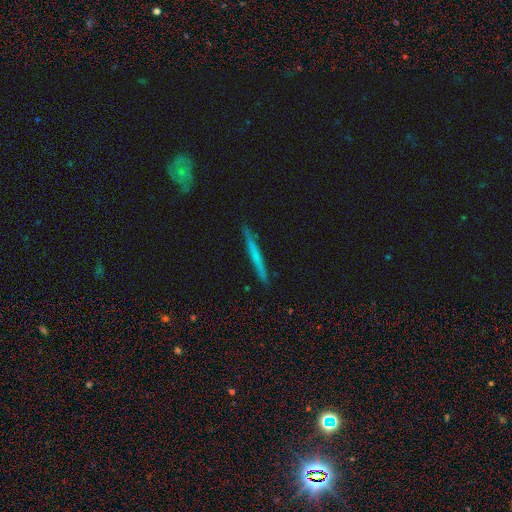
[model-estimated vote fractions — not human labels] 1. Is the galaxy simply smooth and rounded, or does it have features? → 50% smooth, 44% featured or disk, 6% star or artifact.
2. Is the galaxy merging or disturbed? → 89% none, 8% minor disturbance, 1% major disturbance, 1% merger.